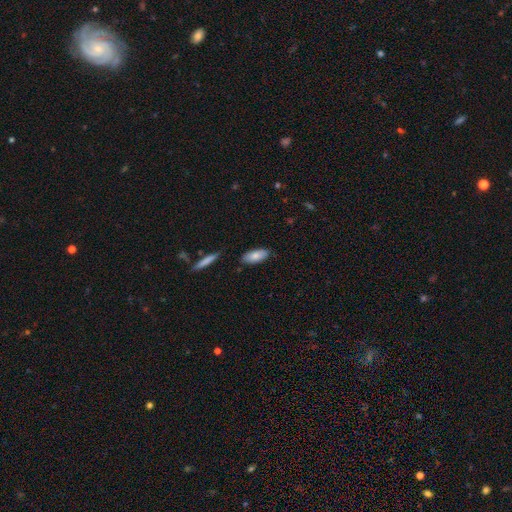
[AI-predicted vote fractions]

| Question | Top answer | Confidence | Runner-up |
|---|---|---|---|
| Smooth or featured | smooth | 82% | featured or disk (12%) |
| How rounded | in between | 83% | cigar-shaped (15%) |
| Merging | none | 84% | minor disturbance (11%) |